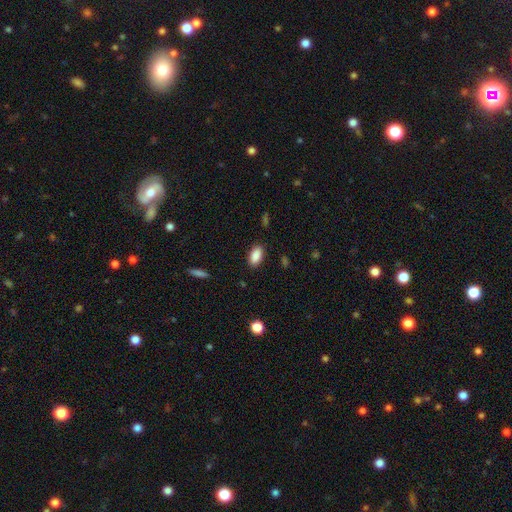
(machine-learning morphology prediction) Q: Smooth or featured?
A: smooth (89%); runner-up: star or artifact (7%)
Q: How rounded?
A: in between (93%); runner-up: cigar-shaped (4%)
Q: Merging?
A: none (87%); runner-up: minor disturbance (9%)